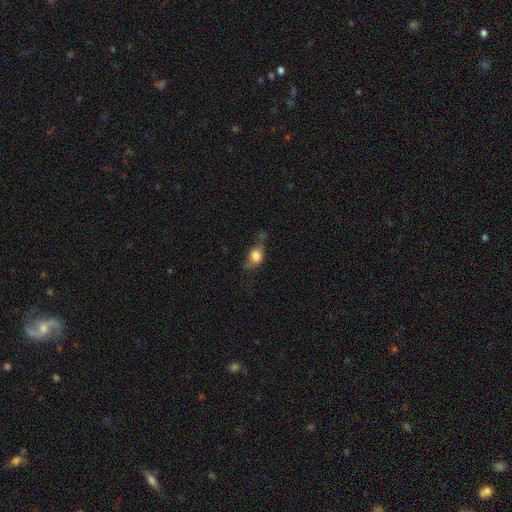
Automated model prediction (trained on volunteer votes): This appears to be a smooth galaxy with no disk features (73%) that is in between round and cigar-shaped (71%). Merging: none (41%).